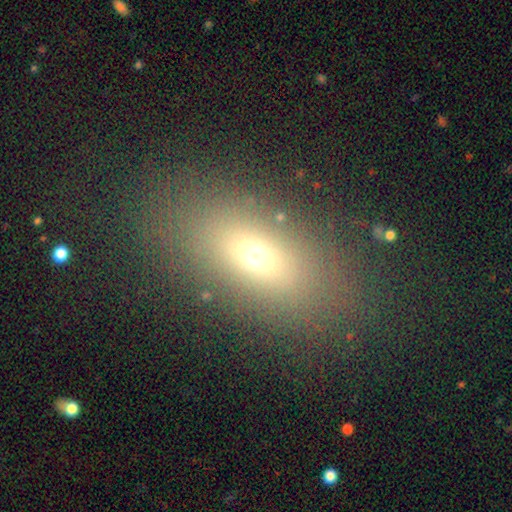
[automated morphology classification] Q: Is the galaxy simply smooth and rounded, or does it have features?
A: smooth — 64%.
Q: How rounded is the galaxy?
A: in between — 78%.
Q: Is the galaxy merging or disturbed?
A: none — 82%.